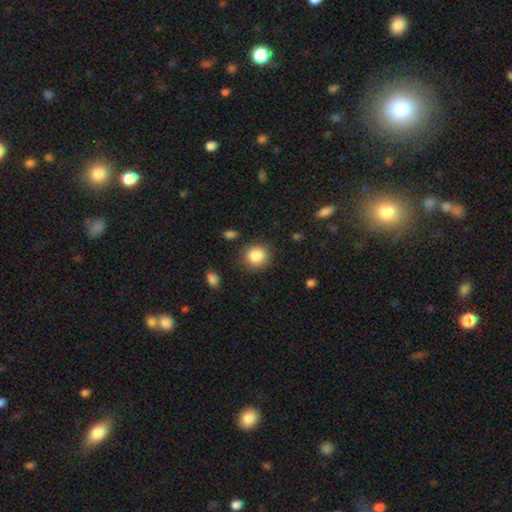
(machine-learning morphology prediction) A smooth galaxy with no disk features (86%) that is round (85%).

Vote fractions:
- Smooth or featured? smooth: 86% / star or artifact: 9% / featured or disk: 4%
- How rounded? round: 85% / in between: 14% / cigar-shaped: 1%
- Merging? none: 86% / minor disturbance: 9% / major disturbance: 3% / merger: 2%